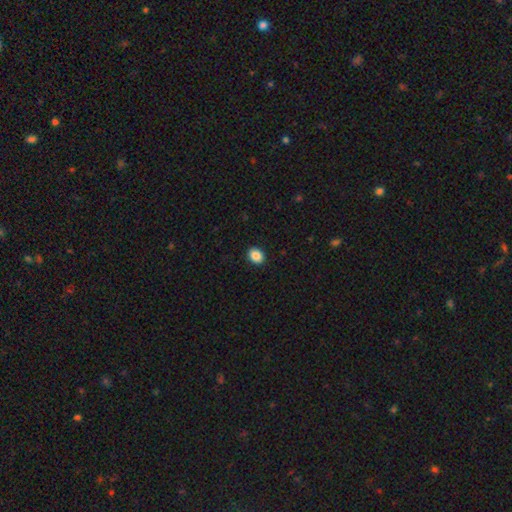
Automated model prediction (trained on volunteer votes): smooth_or_featured: smooth (p=0.88) [alt: star or artifact p=0.09]
how_rounded: in between (p=0.50) [alt: round p=0.49]
merging: none (p=0.92) [alt: minor disturbance p=0.06]